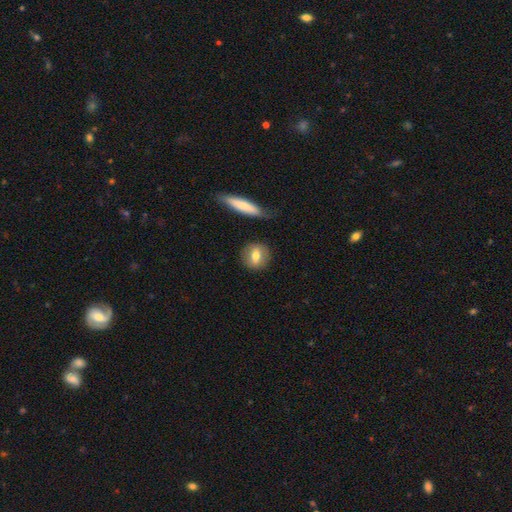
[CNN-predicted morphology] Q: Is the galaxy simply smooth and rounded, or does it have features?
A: smooth — 69%.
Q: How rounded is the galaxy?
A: round — 58%.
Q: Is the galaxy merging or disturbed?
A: none — 82%.